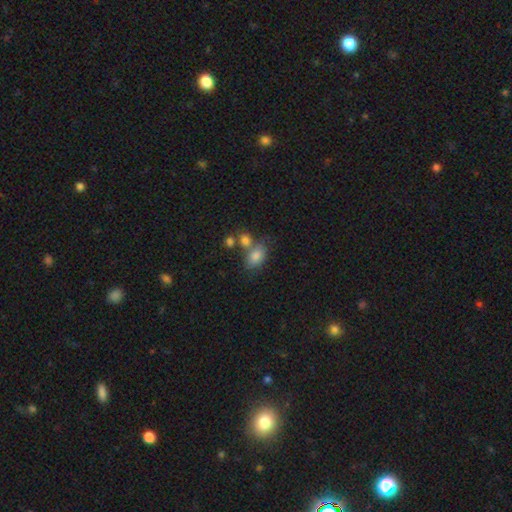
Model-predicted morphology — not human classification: Smooth or featured?
  - smooth: 79% *
  - featured or disk: 11%
  - star or artifact: 10%
How rounded?
  - in between: 80% *
  - round: 19%
  - cigar-shaped: 2%
Merging?
  - none: 48% *
  - merger: 30%
  - minor disturbance: 16%
  - major disturbance: 6%